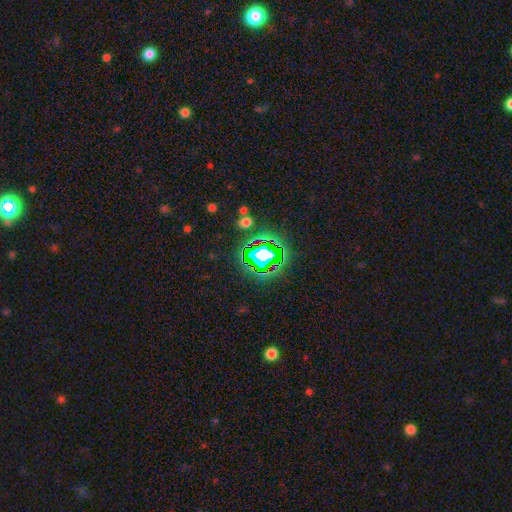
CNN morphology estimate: The model was most divided on "smooth or featured": star or artifact: 80%, smooth: 13%, featured or disk: 7%.